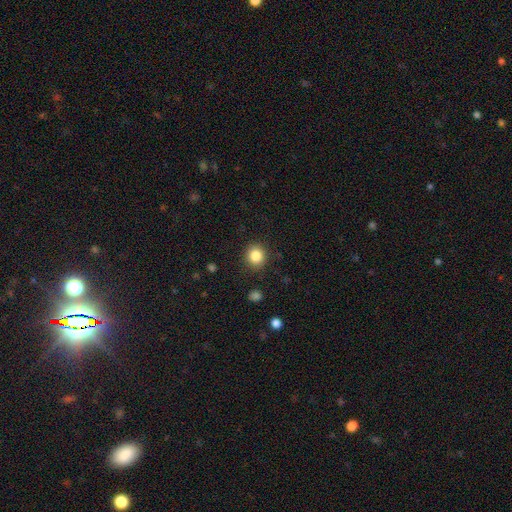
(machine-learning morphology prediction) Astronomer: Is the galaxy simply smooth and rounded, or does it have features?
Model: smooth — 85%.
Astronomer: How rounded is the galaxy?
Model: round — 83%.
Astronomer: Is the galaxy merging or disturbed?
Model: none — 89%.